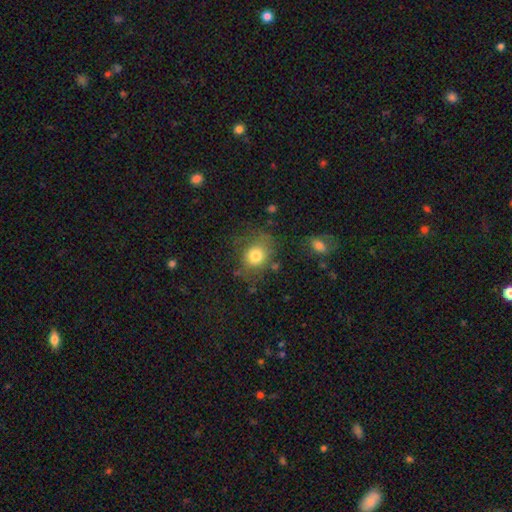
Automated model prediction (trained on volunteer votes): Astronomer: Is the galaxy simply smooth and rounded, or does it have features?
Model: smooth — 78%.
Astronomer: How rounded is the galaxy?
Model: round — 61% (runner-up: in between, 38%).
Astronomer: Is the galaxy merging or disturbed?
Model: none — 68%.